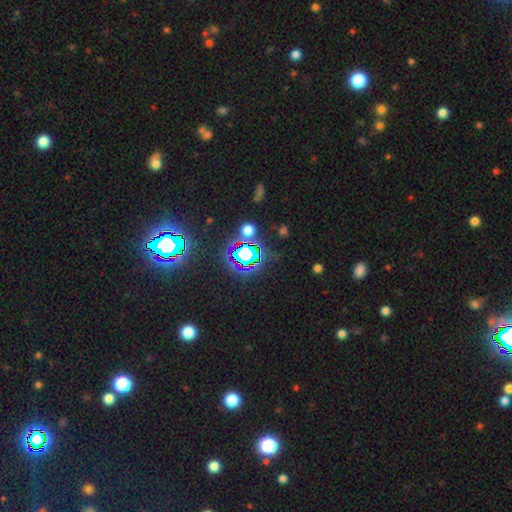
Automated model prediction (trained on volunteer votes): This is clearly a star or artifact rather than a galaxy (81%).